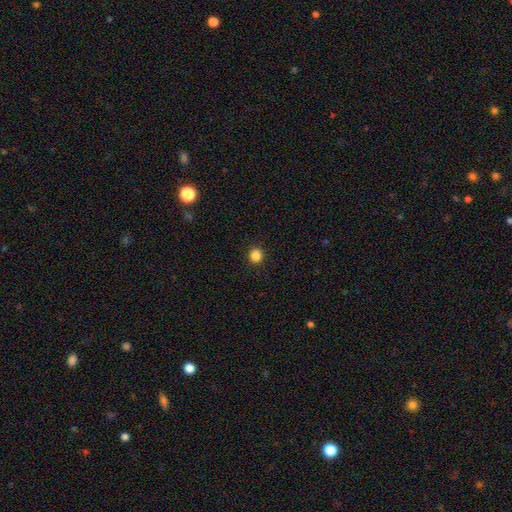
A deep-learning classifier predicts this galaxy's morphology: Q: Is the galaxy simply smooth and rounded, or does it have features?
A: smooth — 86%.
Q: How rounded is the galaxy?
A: round — 89%.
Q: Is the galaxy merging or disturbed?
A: none — 92%.